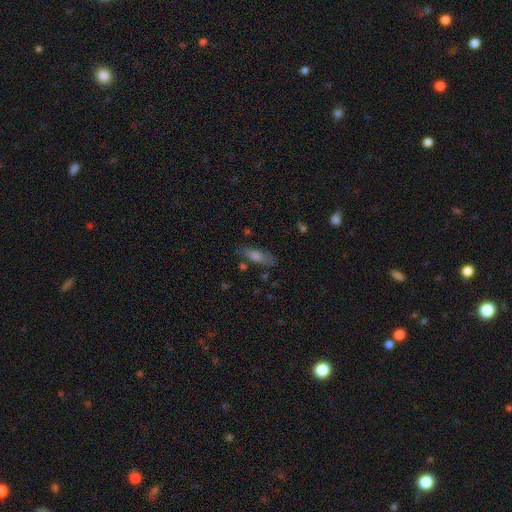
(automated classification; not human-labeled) Overall: smooth (60%; featured or disk 28%). How rounded: in between (57%; cigar-shaped 39%). Merging: none (73%).